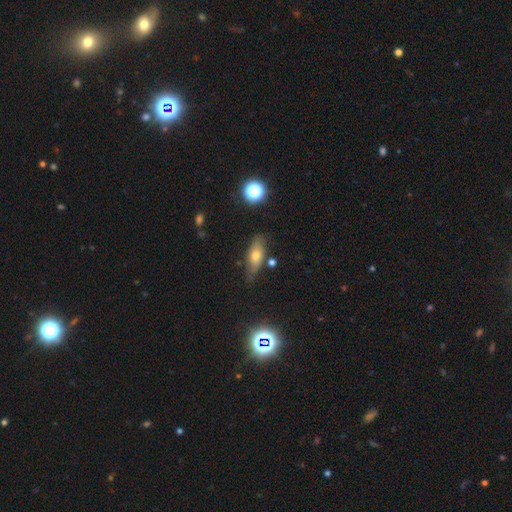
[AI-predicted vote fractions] smooth-or-featured: smooth: 56% | featured or disk: 31% | star or artifact: 13%
  how-rounded: in between: 62% | cigar-shaped: 33% | round: 6%
  merging: none: 74% | minor disturbance: 18% | major disturbance: 4% | merger: 4%